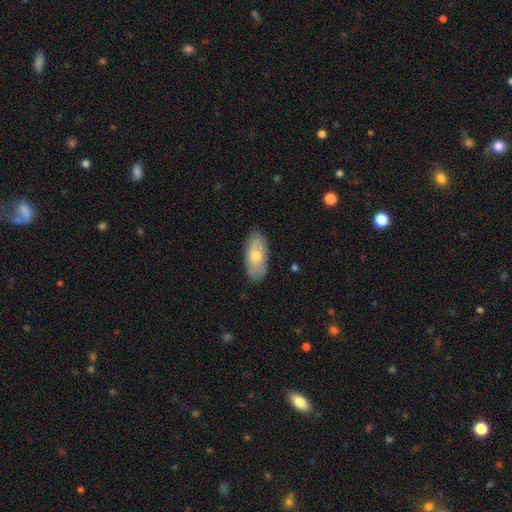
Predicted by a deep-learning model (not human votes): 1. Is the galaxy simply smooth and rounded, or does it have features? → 65% smooth, 29% featured or disk, 6% star or artifact.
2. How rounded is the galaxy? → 88% in between, 9% cigar-shaped, 3% round.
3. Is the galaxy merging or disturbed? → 85% none, 12% minor disturbance, 2% major disturbance, 1% merger.